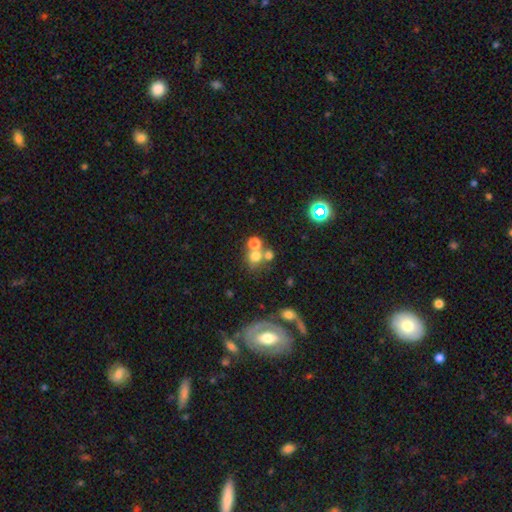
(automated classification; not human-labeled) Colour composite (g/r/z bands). It shows a smooth galaxy with no disk features (66%) that is round (77%). Merging: none (43%).